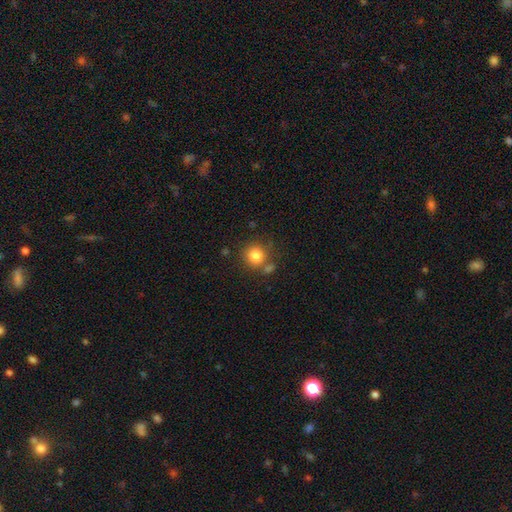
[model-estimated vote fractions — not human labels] The model was most divided on "merging": none: 71%, merger: 14%, minor disturbance: 11%, major disturbance: 4%. More confident: how rounded — round (89%); smooth or featured — smooth (82%).